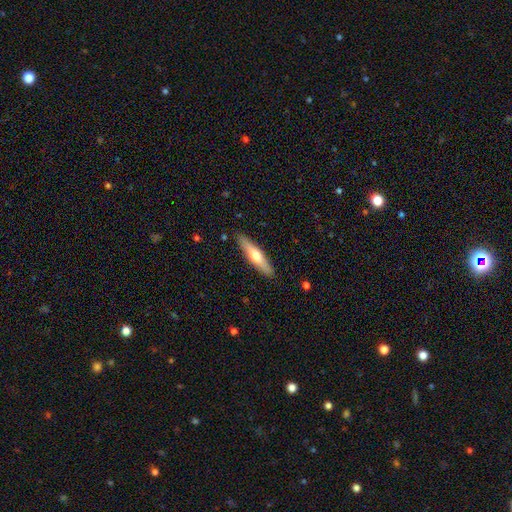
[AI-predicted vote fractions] A smooth galaxy with no disk features (53%) that is cigar-shaped (80%). Merging: none (89%).